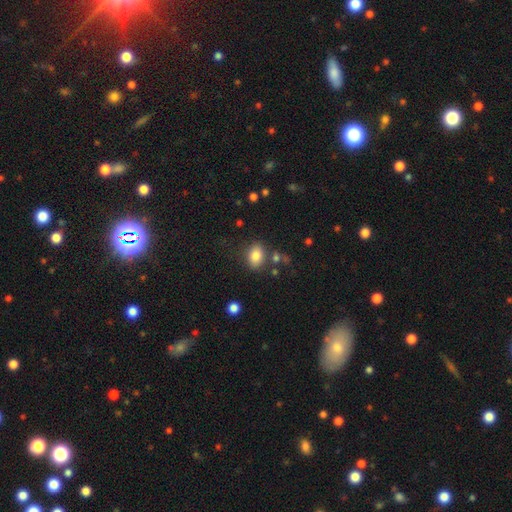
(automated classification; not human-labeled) Smooth or featured? smooth (82%)
How rounded? in between (73%)
Merging? none (78%)